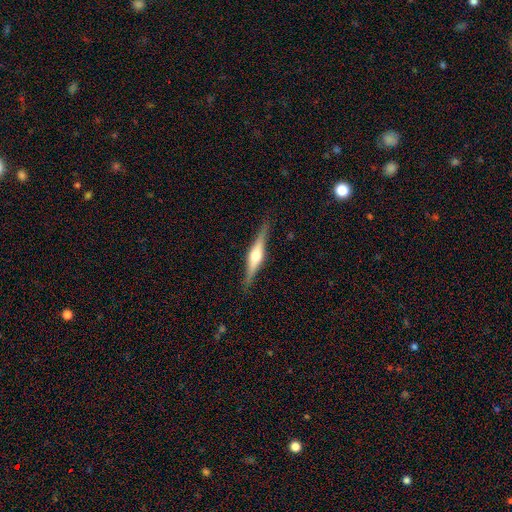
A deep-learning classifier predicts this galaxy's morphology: This appears to be a featured or disk galaxy (73%) viewed edge-on (97%) with a rounded central bulge (92%). Merging: none (88%).